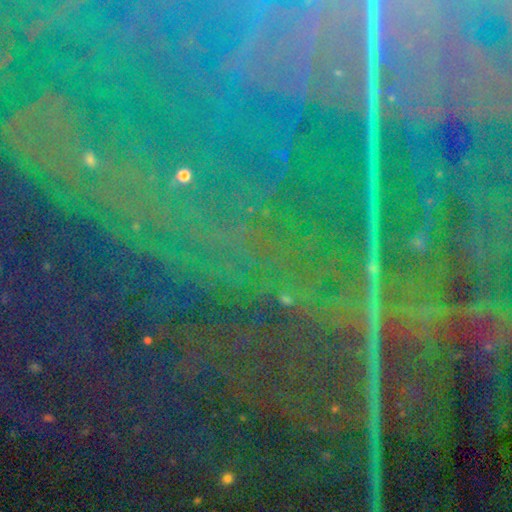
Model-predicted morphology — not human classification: This is clearly a star or artifact rather than a galaxy (88%).